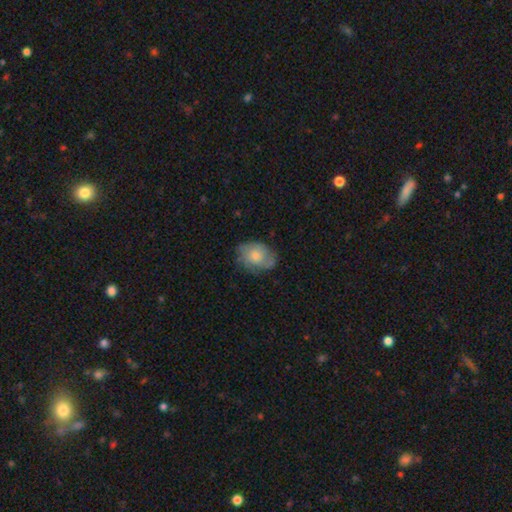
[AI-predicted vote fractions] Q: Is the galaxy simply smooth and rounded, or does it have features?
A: smooth — 52%.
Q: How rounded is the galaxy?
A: in between — 66%.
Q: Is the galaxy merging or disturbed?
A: none — 65%.